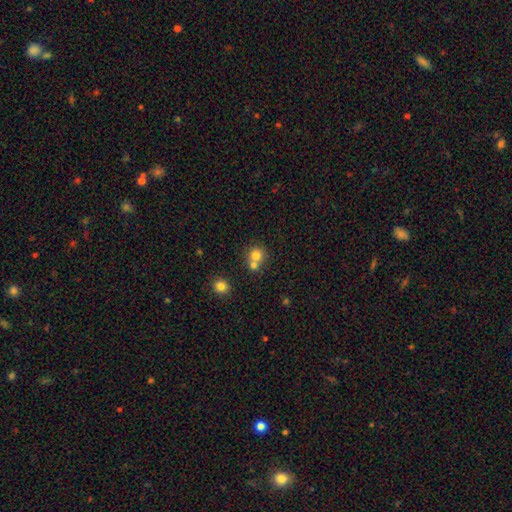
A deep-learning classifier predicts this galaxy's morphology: Smooth or featured? smooth (77%)
How rounded? round (87%)
Merging? none (47%)